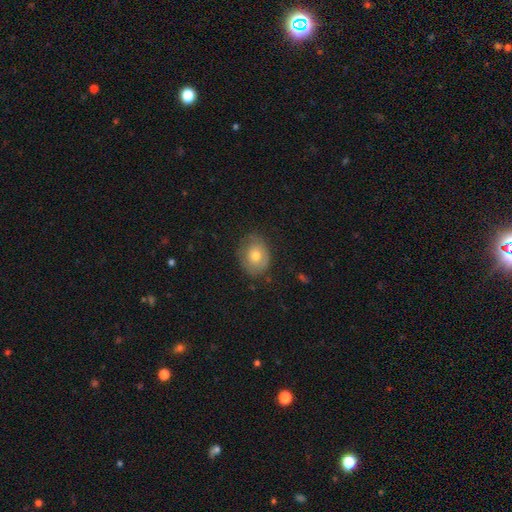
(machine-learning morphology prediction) Smooth or featured? Predicted: smooth (p=0.65). How rounded? Predicted: in between (p=0.51). Merging? Predicted: none (p=0.69).